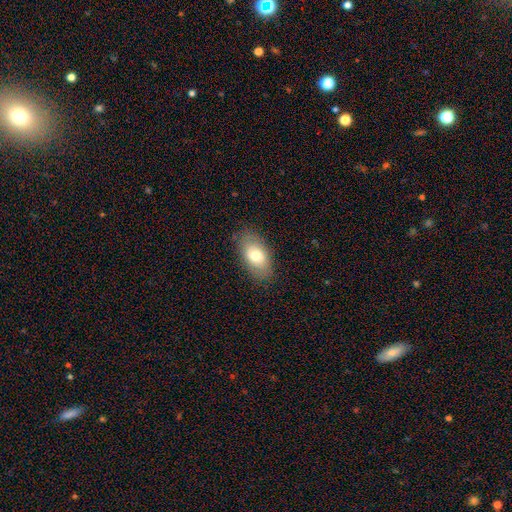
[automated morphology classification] smooth_or_featured: smooth (p=0.72) [alt: featured or disk p=0.21]
how_rounded: in between (p=0.91) [alt: round p=0.06]
merging: none (p=0.84) [alt: minor disturbance p=0.12]